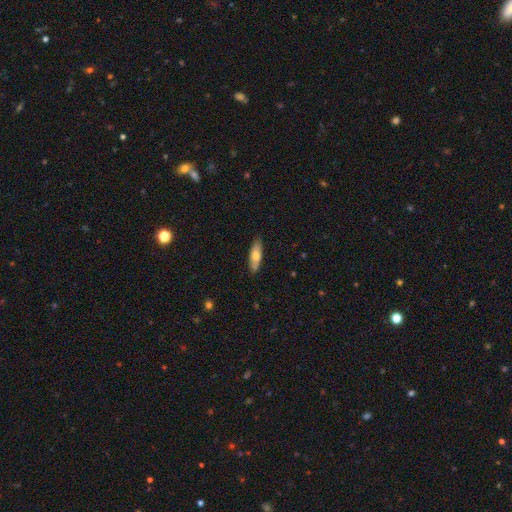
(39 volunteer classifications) This appears to be a smooth galaxy with no disk features (64%) that is cigar-shaped (56%). Merging: none (89%).